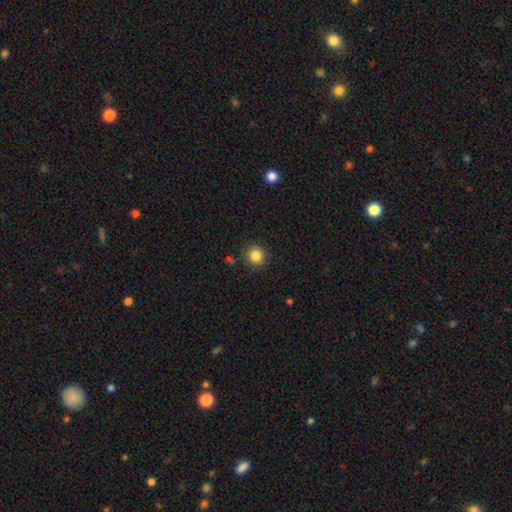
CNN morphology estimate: The model was most divided on "smooth or featured": smooth: 85%, star or artifact: 11%, featured or disk: 5%. More confident: how rounded — round (94%); merging — none (90%).